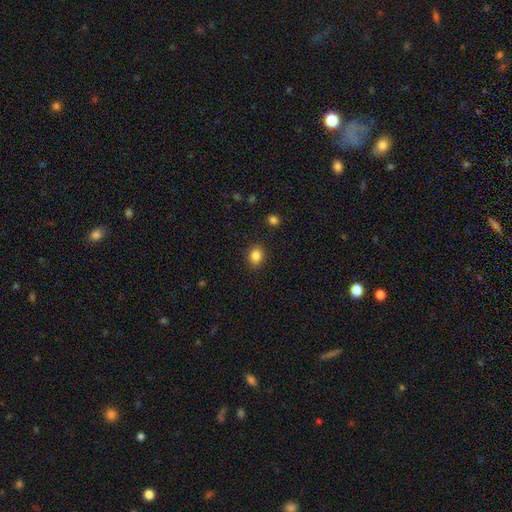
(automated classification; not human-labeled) smooth-or-featured: smooth: 85% | star or artifact: 10% | featured or disk: 5%
  how-rounded: round: 57% | in between: 42% | cigar-shaped: 1%
  merging: none: 88% | minor disturbance: 8% | major disturbance: 2% | merger: 1%